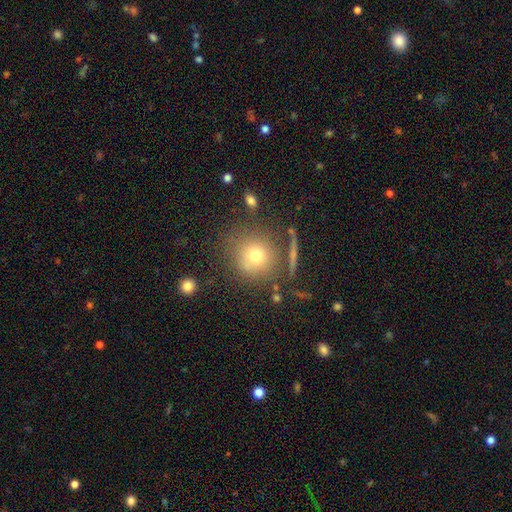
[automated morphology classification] smooth-or-featured: smooth: 70% | star or artifact: 15% | featured or disk: 15%
  how-rounded: round: 91% | in between: 8% | cigar-shaped: 1%
  merging: none: 76% | minor disturbance: 12% | merger: 7% | major disturbance: 6%